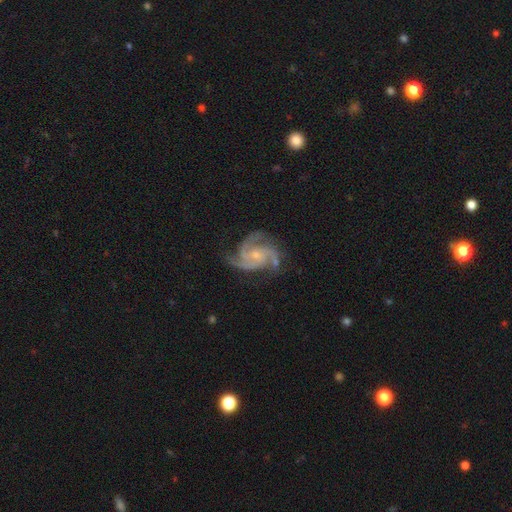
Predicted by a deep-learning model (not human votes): Smooth or featured? Predicted: featured or disk (p=0.92). Edge-on disk? Predicted: no (p=0.98). Bar? Predicted: no (p=0.64). Spiral arms? Predicted: yes (p=0.99). Spiral winding? Predicted: medium (p=0.54). Spiral arm count? Predicted: 3 (p=0.69). Bulge size? Predicted: small (p=0.66). Merging? Predicted: none (p=0.71).